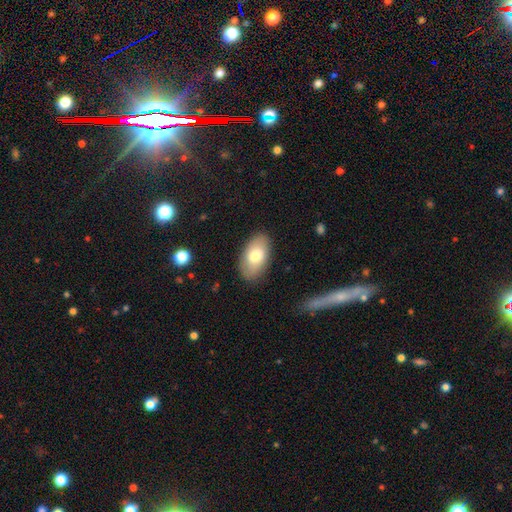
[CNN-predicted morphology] A smooth galaxy with no disk features (75%) that is in between round and cigar-shaped (94%).

Vote fractions:
- Smooth or featured? smooth: 75% / featured or disk: 18% / star or artifact: 6%
- How rounded? in between: 94% / round: 4% / cigar-shaped: 2%
- Merging? none: 86% / minor disturbance: 10% / major disturbance: 3% / merger: 1%